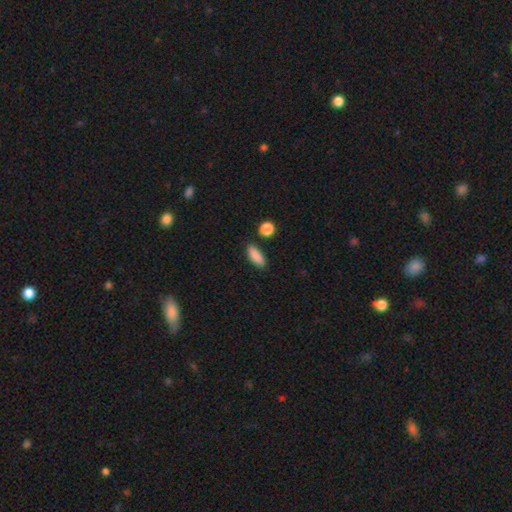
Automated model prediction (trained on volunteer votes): Smooth or featured: smooth — 88% (star or artifact — 7%)
How rounded: in between — 74% (cigar-shaped — 22%)
Merging: none — 84% (minor disturbance — 10%)